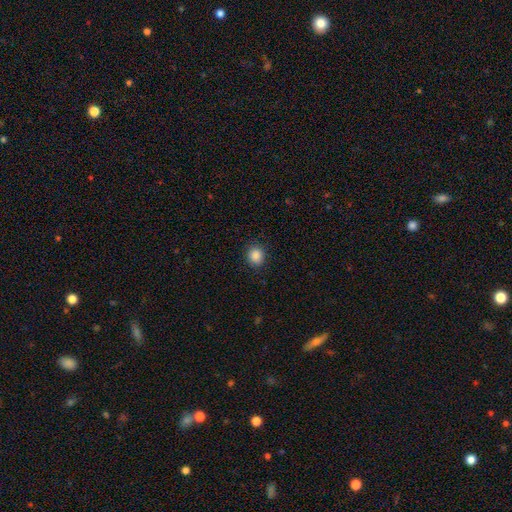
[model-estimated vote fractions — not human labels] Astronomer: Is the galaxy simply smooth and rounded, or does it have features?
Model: smooth — 87%.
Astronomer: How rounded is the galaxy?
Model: round — 77%.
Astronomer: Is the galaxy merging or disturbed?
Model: none — 89%.